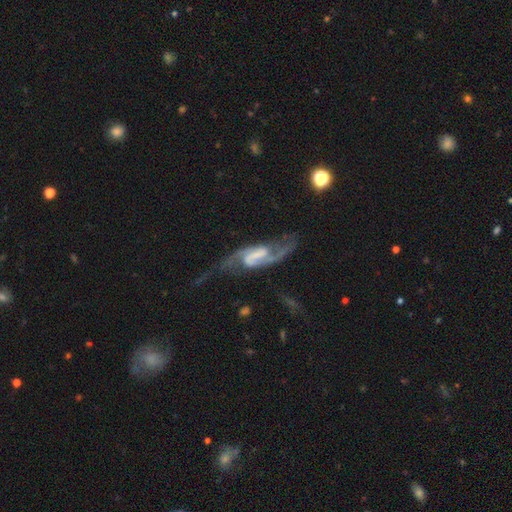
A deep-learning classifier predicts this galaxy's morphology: A featured or disk galaxy (89%) with a strong bar (43%), 2 (92%) loose (45%) spiral arms (97%) and no central bulge (48%).

Vote fractions:
- Smooth or featured? featured or disk: 89% / smooth: 6% / star or artifact: 5%
- Edge-on disk? no: 95% / yes: 5%
- Bar? strong: 43% / weak: 41% / no: 16%
- Spiral arms? yes: 97% / no: 3%
- Spiral winding? loose: 45% / medium: 43% / tight: 12%
- Spiral arm count? 2: 92% / can't tell: 2% / 1: 2% / 3: 1% / 4: 1% / more than 4: 1%
- Bulge size? none: 48% / small: 22% / moderate: 17% / large: 11% / dominant: 2%
- Merging? none: 55% / major disturbance: 23% / minor disturbance: 18% / merger: 4%